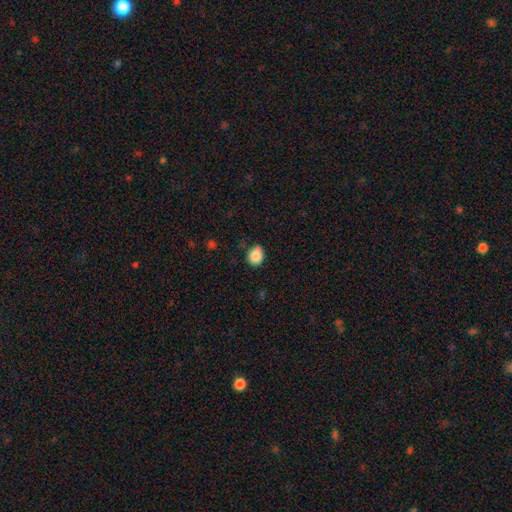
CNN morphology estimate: Smooth or featured? Predicted: smooth (p=0.86). How rounded? Predicted: round (p=0.64). Merging? Predicted: none (p=0.71).